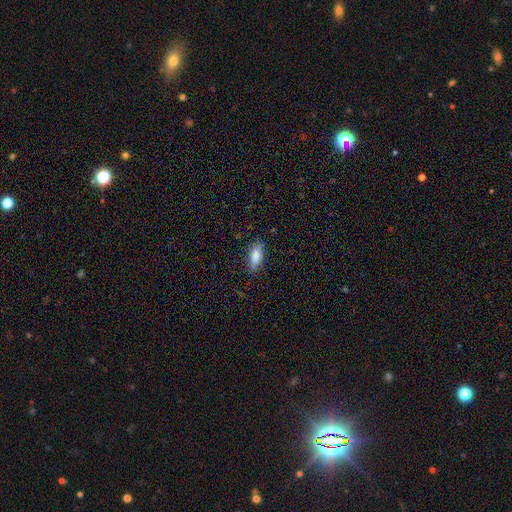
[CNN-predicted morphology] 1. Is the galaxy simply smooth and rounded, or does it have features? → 81% smooth, 12% featured or disk, 7% star or artifact.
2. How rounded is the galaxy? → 76% in between, 21% cigar-shaped, 3% round.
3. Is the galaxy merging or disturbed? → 81% none, 14% minor disturbance, 3% major disturbance, 1% merger.